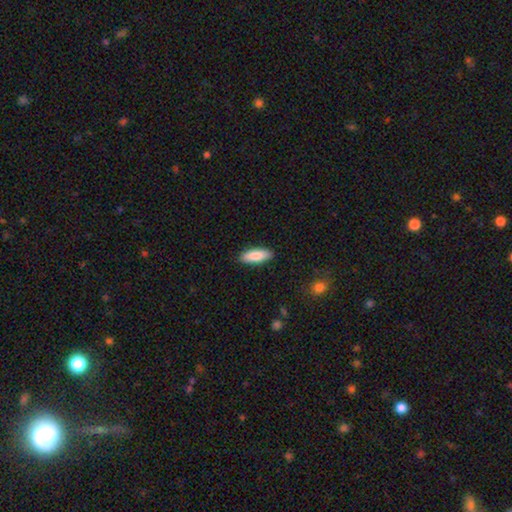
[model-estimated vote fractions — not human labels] This is clearly a smooth galaxy (87%). How rounded: likely in between (64%). Merging: clearly none (89%).